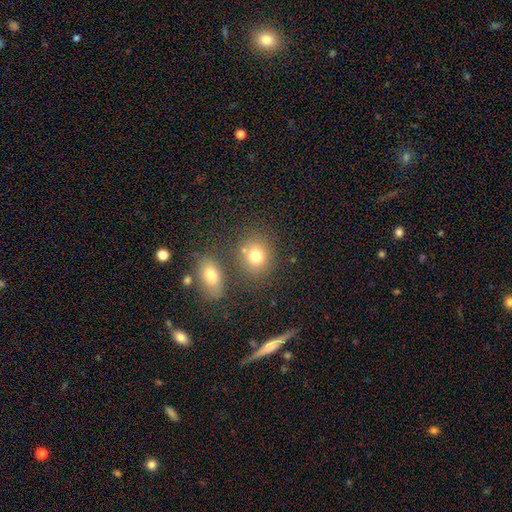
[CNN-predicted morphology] Smooth or featured? Predicted: smooth (p=0.75). How rounded? Predicted: round (p=0.69). Merging? Predicted: none (p=0.65).